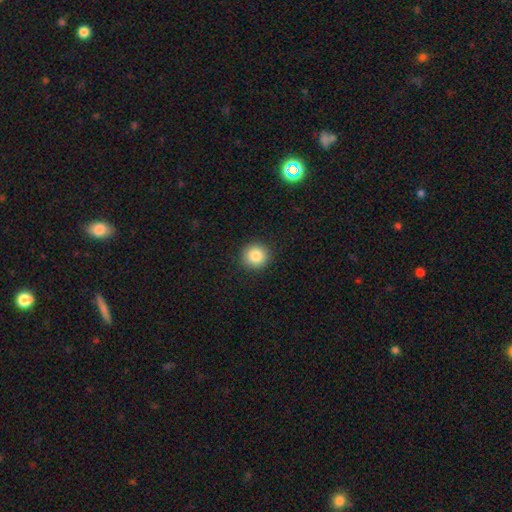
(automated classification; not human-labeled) Smooth or featured: smooth — 85% (star or artifact — 10%)
How rounded: round — 93% (in between — 6%)
Merging: none — 92% (minor disturbance — 5%)